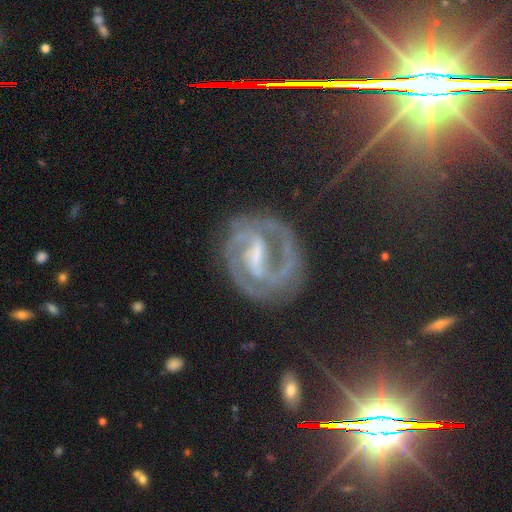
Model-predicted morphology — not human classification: Smooth or featured? Predicted: featured or disk (p=0.80). Edge-on disk? Predicted: no (p=0.97). Bar? Predicted: strong (p=0.48). Spiral arms? Predicted: yes (p=0.91). Spiral winding? Predicted: tight (p=0.48). Spiral arm count? Predicted: 2 (p=0.73). Bulge size? Predicted: small (p=0.32). Merging? Predicted: none (p=0.68).